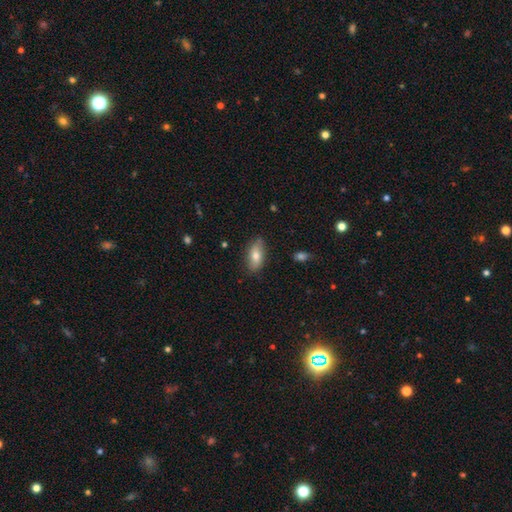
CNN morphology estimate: Smooth or featured? Predicted: smooth (p=0.73). How rounded? Predicted: in between (p=0.88). Merging? Predicted: none (p=0.80).